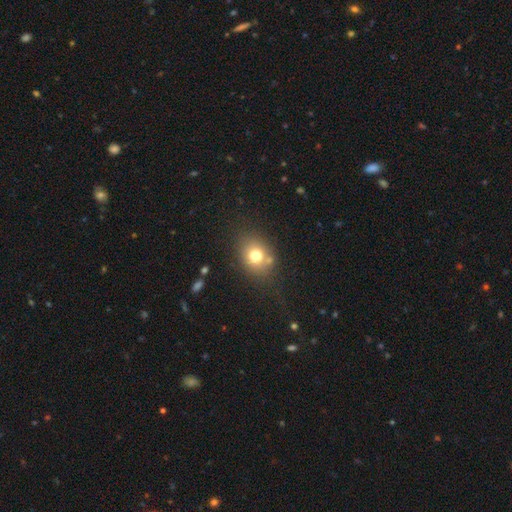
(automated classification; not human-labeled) Overall: smooth (73%). How rounded: round (59%; in between 40%). Merging: none (71%).